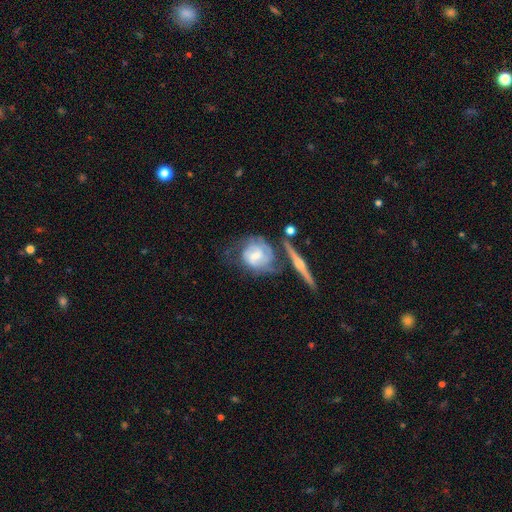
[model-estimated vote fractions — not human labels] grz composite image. It shows a featured or disk galaxy (71%) with a weak bar (50%), 2 (42%) tight (49%) spiral arms (85%) and a moderate central bulge (45%). Merging: none (39%).